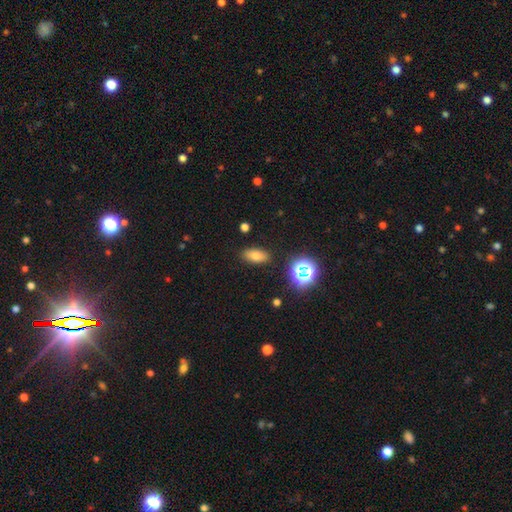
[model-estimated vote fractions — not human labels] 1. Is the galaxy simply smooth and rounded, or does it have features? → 73% smooth, 18% star or artifact, 9% featured or disk.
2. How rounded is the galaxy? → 86% in between, 8% round, 7% cigar-shaped.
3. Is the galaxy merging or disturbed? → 87% none, 9% minor disturbance, 3% major disturbance, 2% merger.